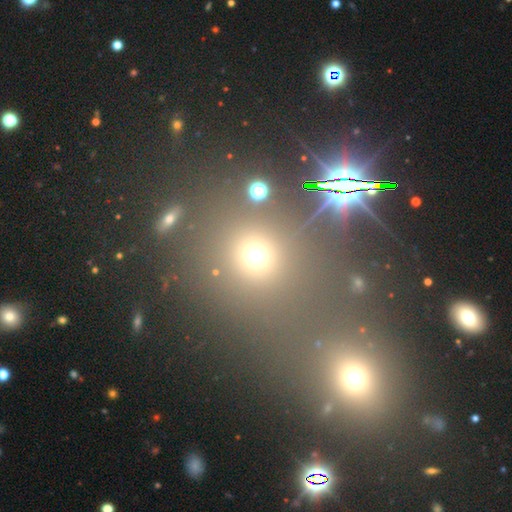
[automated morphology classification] smooth_or_featured: smooth (p=0.58) [alt: star or artifact p=0.33]
how_rounded: round (p=0.85) [alt: in between p=0.13]
merging: none (p=0.76) [alt: merger p=0.09]